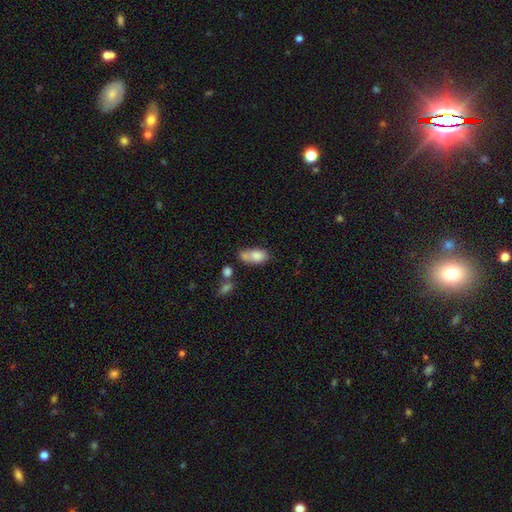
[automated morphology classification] smooth_or_featured: smooth (p=0.78) [alt: featured or disk p=0.14]
how_rounded: in between (p=0.87) [alt: round p=0.08]
merging: merger (p=0.37) [alt: none p=0.33]